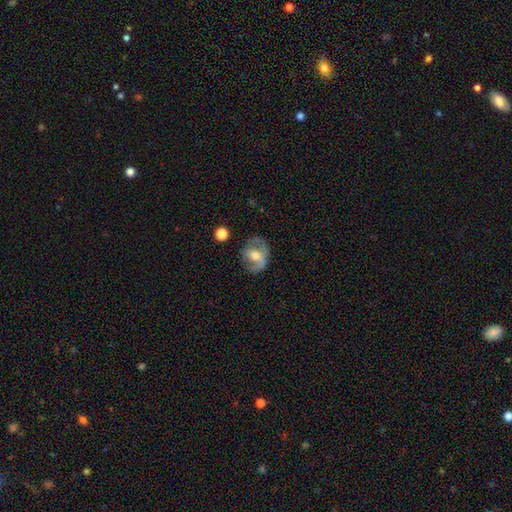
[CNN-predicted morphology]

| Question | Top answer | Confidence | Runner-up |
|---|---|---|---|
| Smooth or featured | featured or disk | 58% | smooth (34%) |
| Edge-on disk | no | 96% | yes (4%) |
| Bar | no | 42% | weak (41%) |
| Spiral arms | yes | 71% | no (29%) |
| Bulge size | moderate | 63% | small (26%) |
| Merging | none | 58% | minor disturbance (23%) |